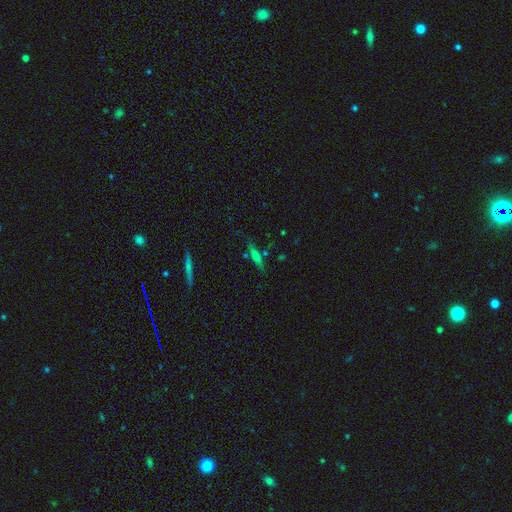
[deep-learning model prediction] This appears to be a smooth galaxy with no disk features (44%, tied with featured or disk). Merging: none (79%).